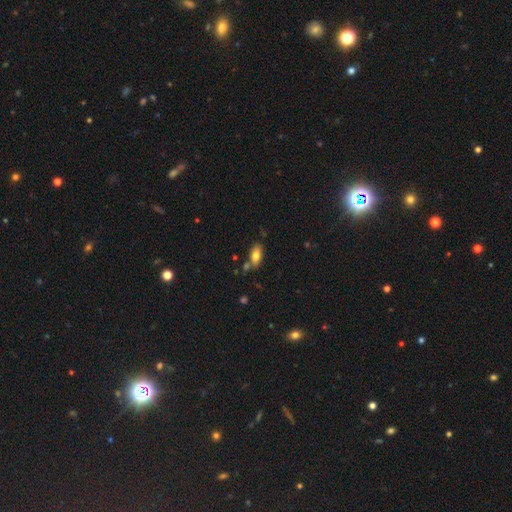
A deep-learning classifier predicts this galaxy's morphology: Smooth or featured? Predicted: smooth (p=0.77). How rounded? Predicted: in between (p=0.88). Merging? Predicted: none (p=0.69).